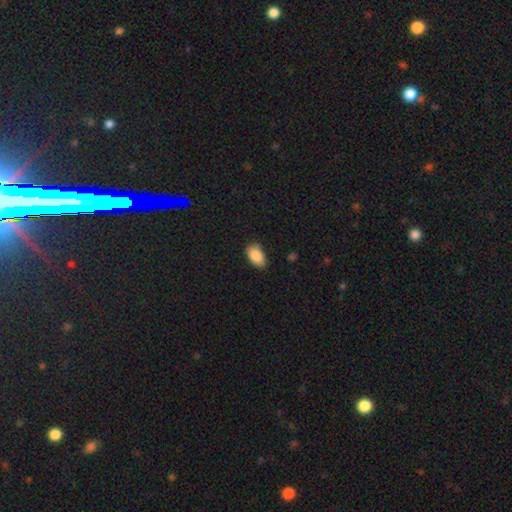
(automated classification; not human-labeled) The model was most divided on "merging": none: 79%, minor disturbance: 17%, major disturbance: 3%, merger: 1%. More confident: how rounded — in between (92%); smooth or featured — smooth (88%).